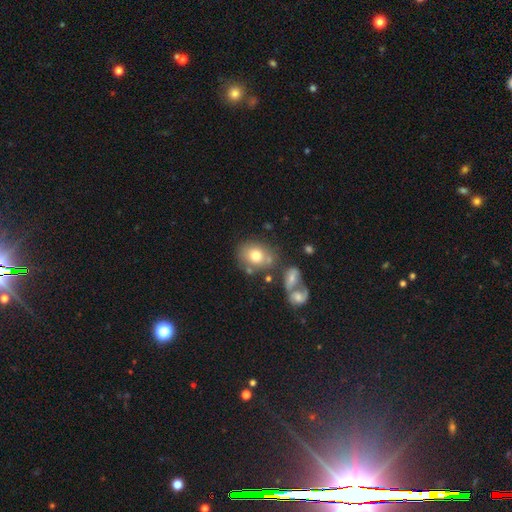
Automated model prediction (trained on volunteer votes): This appears to be a smooth galaxy with no disk features (72%) that is round (57%). Merging: none (62%).